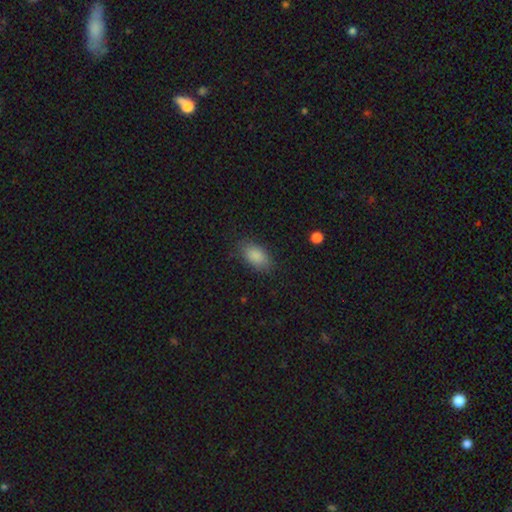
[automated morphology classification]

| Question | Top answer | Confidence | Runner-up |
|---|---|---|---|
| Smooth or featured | smooth | 87% | star or artifact (8%) |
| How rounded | in between | 92% | round (6%) |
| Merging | none | 81% | minor disturbance (13%) |